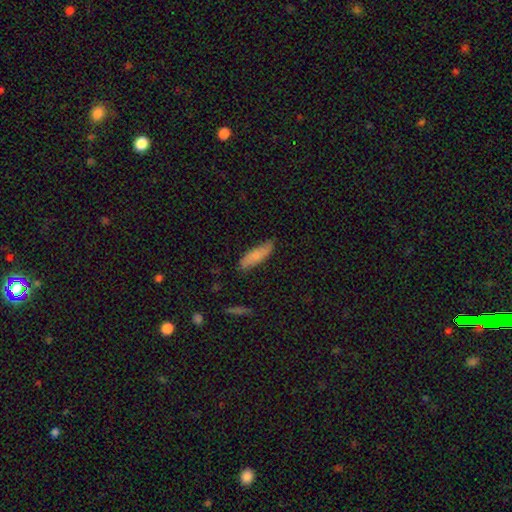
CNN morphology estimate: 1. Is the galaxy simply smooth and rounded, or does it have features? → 79% smooth, 14% featured or disk, 6% star or artifact.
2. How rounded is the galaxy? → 54% cigar-shaped, 45% in between, 2% round.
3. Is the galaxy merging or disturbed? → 73% none, 22% minor disturbance, 4% major disturbance, 2% merger.